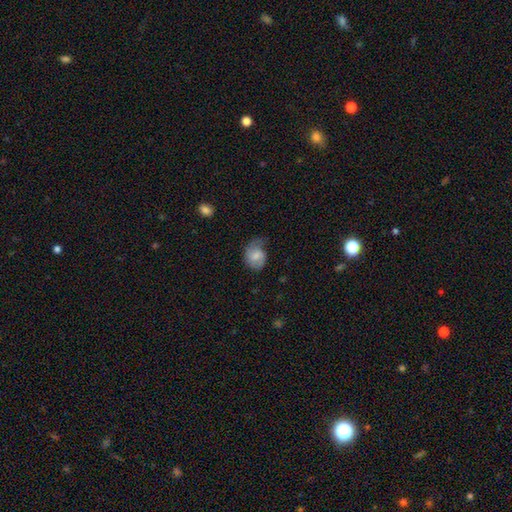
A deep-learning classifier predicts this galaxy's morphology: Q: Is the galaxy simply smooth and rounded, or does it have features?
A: smooth — 60%.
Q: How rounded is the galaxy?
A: in between — 53%.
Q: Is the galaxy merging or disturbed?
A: none — 41%.